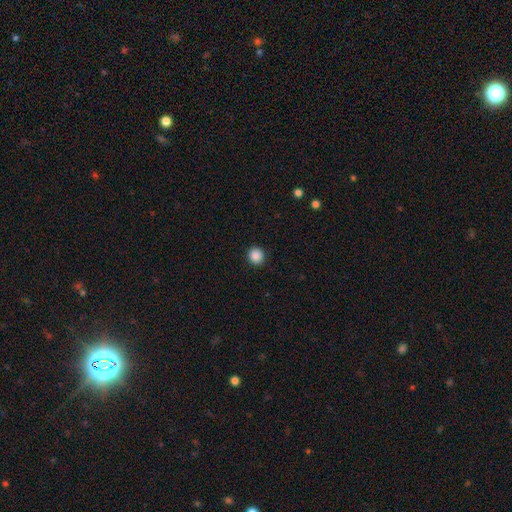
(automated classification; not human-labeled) This is clearly a smooth galaxy (88%). How rounded: clearly round (91%). Merging: clearly none (92%).